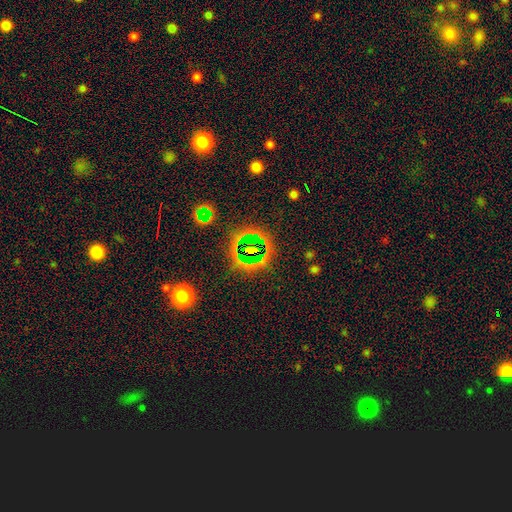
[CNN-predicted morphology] Smooth or featured? star or artifact (75%)